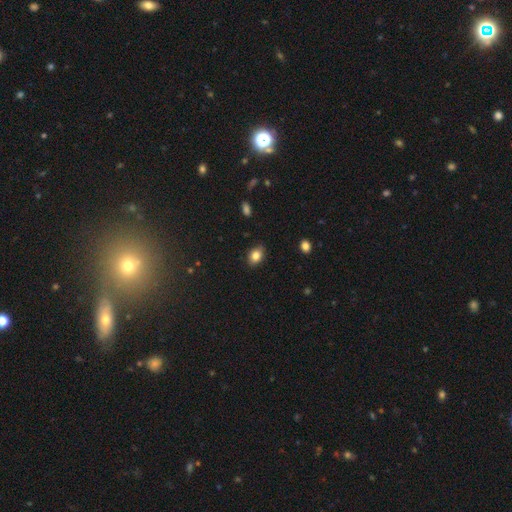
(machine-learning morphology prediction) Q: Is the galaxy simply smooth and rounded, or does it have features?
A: smooth — 83%.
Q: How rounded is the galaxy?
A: in between — 73%.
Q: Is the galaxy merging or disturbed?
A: none — 83%.